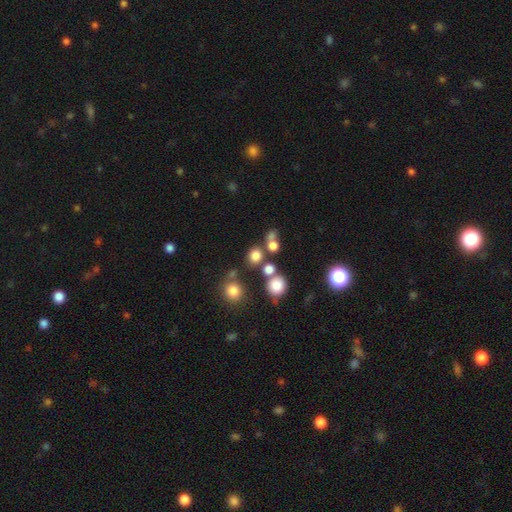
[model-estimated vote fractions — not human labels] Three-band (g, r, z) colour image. It shows a smooth galaxy with no disk features (75%) that is round (82%). Merging: none (64%).